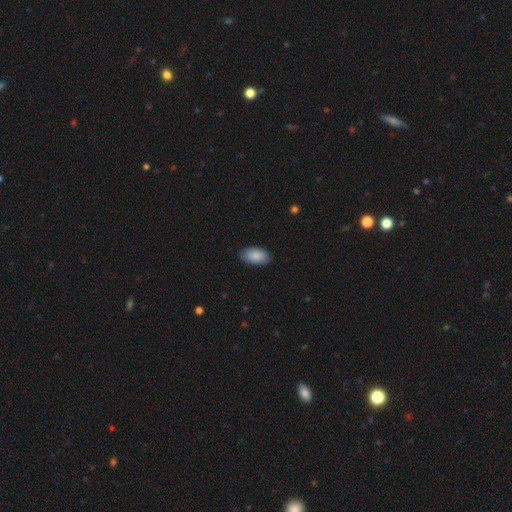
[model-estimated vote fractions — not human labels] A smooth galaxy with no disk features (87%) that is in between round and cigar-shaped (95%). Merging: none (83%).